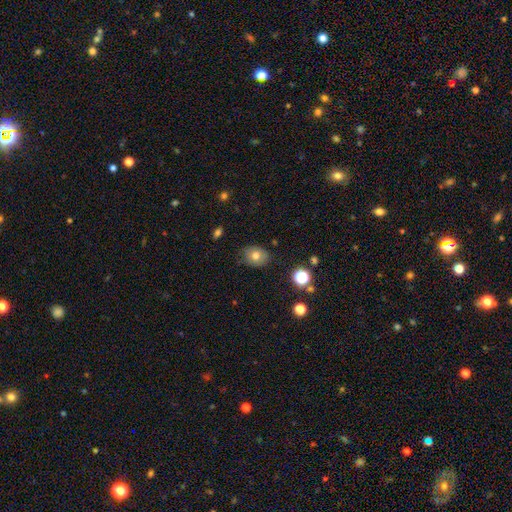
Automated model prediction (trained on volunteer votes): Overall: smooth (73%). How rounded: round (50%; in between 49%). Merging: none (81%).